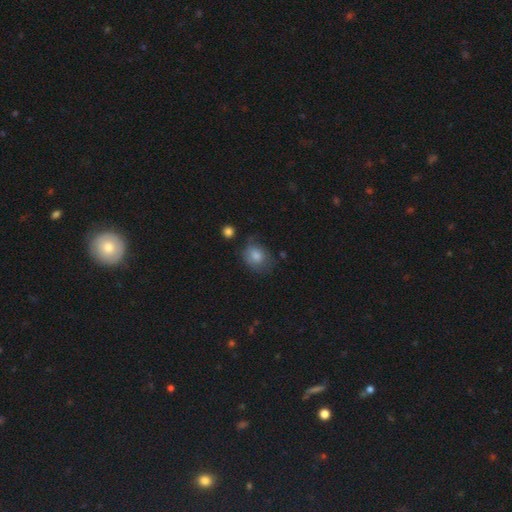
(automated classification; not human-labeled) This is likely a smooth galaxy (79%). How rounded: possibly round (50%). Merging: possibly none (54%).